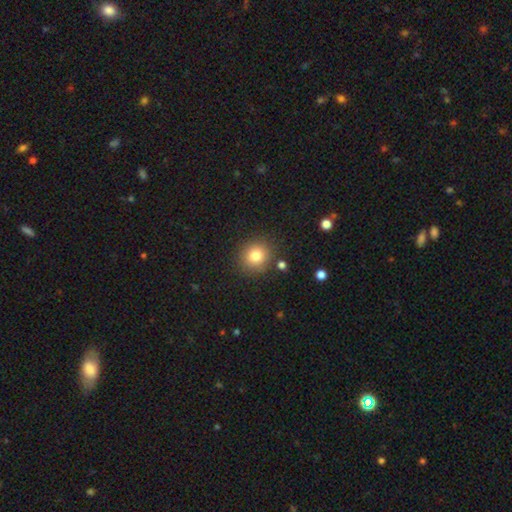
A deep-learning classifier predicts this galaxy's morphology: Smooth or featured?
  - smooth: 80% *
  - star or artifact: 12%
  - featured or disk: 8%
How rounded?
  - round: 87% *
  - in between: 12%
  - cigar-shaped: 1%
Merging?
  - none: 86% *
  - minor disturbance: 8%
  - merger: 3%
  - major disturbance: 3%